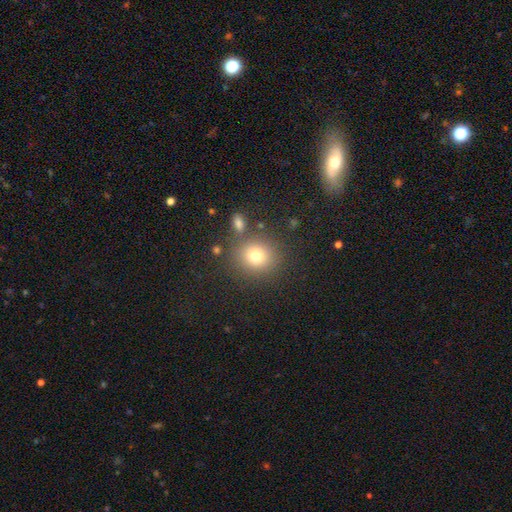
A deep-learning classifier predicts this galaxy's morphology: Smooth or featured? Predicted: smooth (p=0.75). How rounded? Predicted: round (p=0.85). Merging? Predicted: none (p=0.81).